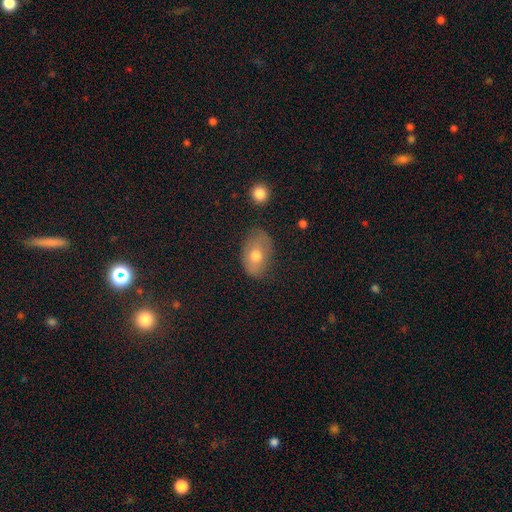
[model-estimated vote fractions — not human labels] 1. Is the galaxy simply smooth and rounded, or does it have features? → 65% smooth, 26% featured or disk, 9% star or artifact.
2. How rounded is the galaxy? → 85% in between, 13% round, 1% cigar-shaped.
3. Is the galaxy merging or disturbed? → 68% none, 23% minor disturbance, 6% major disturbance, 2% merger.